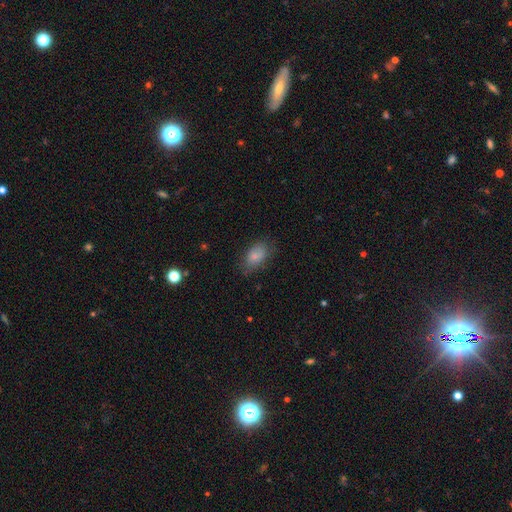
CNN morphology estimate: type=smooth (81%); roundness=in between (89%); merging=none (69%).